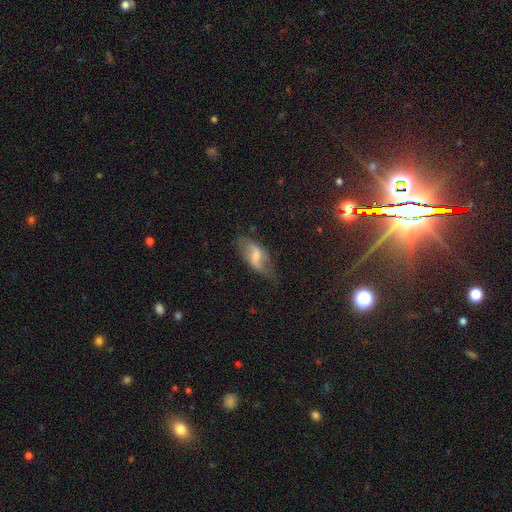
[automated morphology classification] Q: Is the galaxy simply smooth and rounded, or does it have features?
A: featured or disk — 57%.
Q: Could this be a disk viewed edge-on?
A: no — 90%.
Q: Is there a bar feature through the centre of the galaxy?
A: weak — 49%.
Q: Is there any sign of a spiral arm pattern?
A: yes — 79%.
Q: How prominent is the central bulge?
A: small — 38%.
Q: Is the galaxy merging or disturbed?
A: none — 60%.